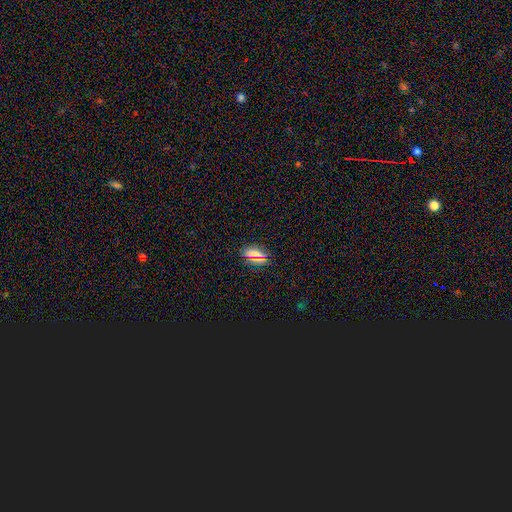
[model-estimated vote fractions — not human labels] smooth 69%, star or artifact 20%, featured or disk 11%. Down the decision tree: how rounded — in between (74%); merging — none (82%).